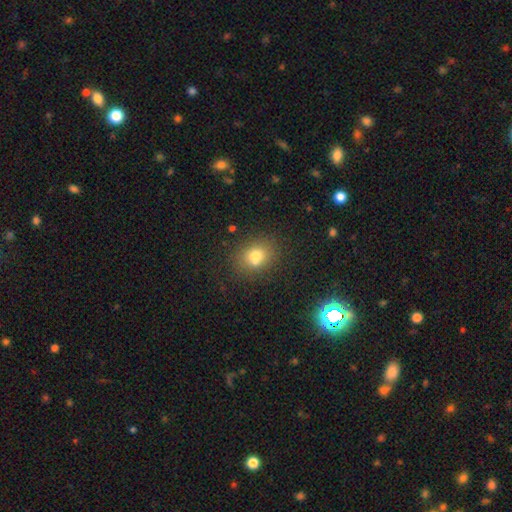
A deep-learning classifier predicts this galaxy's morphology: type=smooth (73%); roundness=round (55%); merging=none (63%).